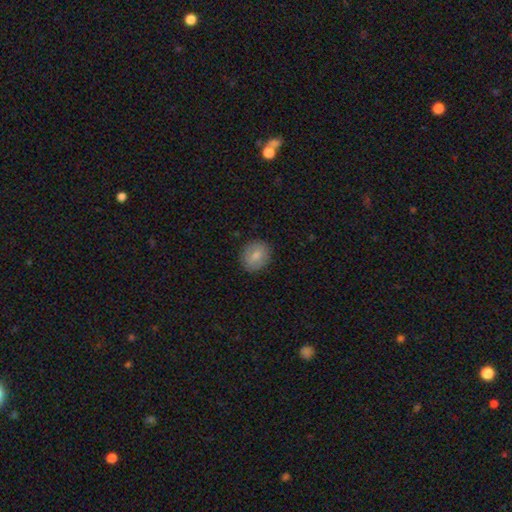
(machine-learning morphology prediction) This appears to be a smooth galaxy with no disk features (79%) that is round (71%). Merging: none (86%).